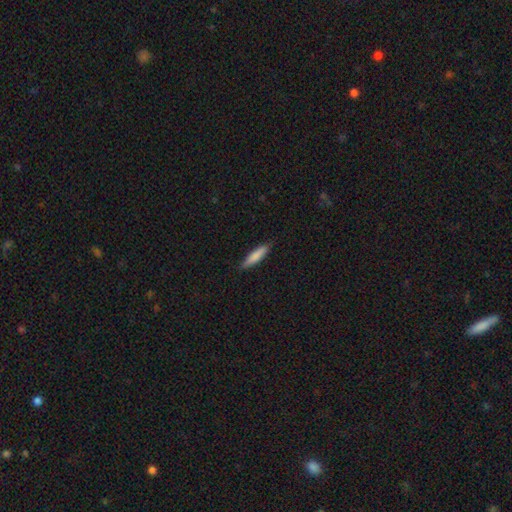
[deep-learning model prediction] The model was most divided on "smooth or featured": smooth: 80%, featured or disk: 15%, star or artifact: 5%. More confident: merging — none (87%); how rounded — cigar-shaped (83%).